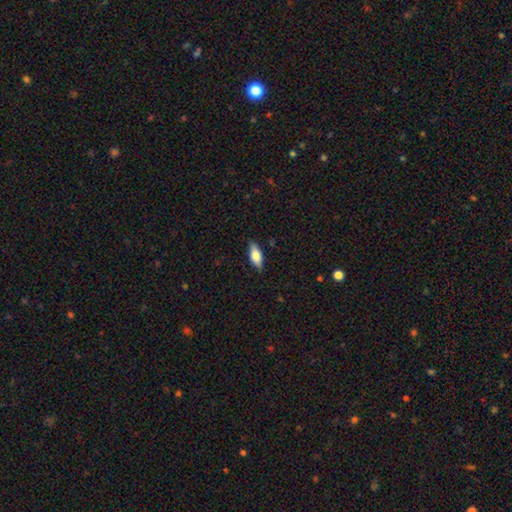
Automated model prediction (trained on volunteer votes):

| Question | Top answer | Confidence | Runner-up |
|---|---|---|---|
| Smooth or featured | smooth | 72% | featured or disk (21%) |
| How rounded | in between | 76% | cigar-shaped (21%) |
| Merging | none | 86% | minor disturbance (10%) |